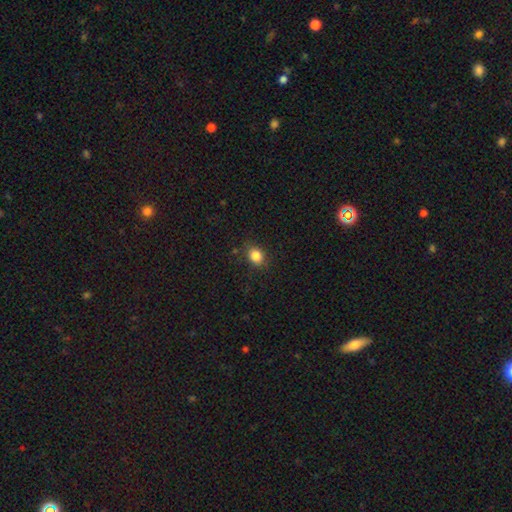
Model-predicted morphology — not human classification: Overall: smooth (85%). How rounded: in between (51%; round 48%). Merging: none (84%).